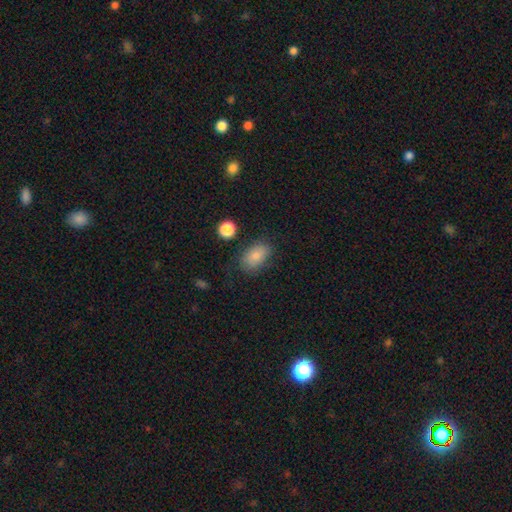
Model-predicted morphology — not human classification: Overall: smooth (81%). How rounded: in between (87%). Merging: none (71%).